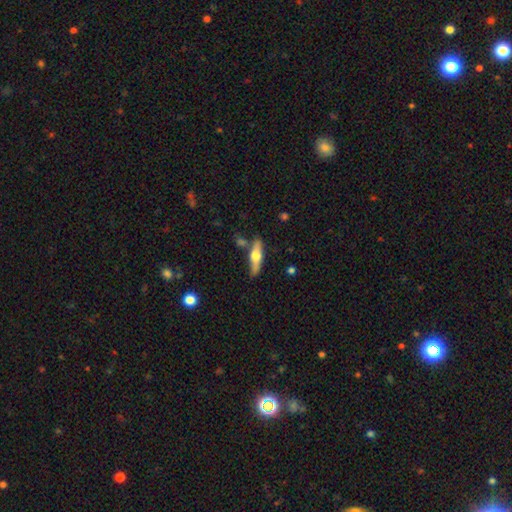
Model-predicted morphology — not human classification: Overall: featured or disk (51%; smooth 44%). Edge-on disk: yes (90%). Merging: none (76%).